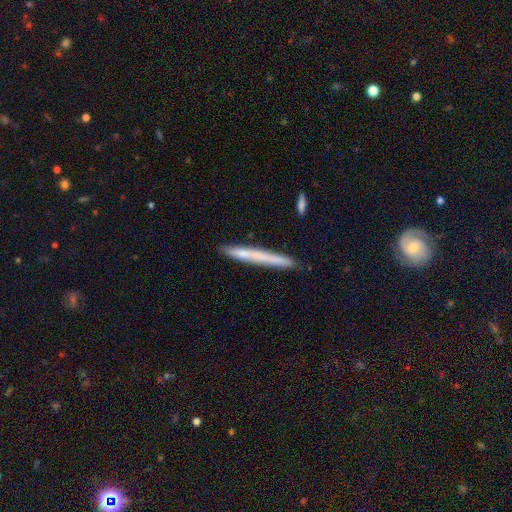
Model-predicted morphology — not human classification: Smooth or featured?
  - smooth: 59% *
  - featured or disk: 35%
  - star or artifact: 7%
How rounded?
  - cigar-shaped: 97% *
  - in between: 2%
  - round: 1%
Merging?
  - none: 87% *
  - minor disturbance: 10%
  - merger: 2%
  - major disturbance: 2%